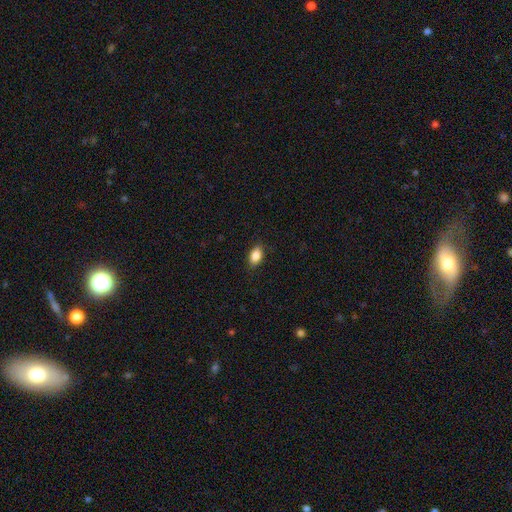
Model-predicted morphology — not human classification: Overall: smooth (87%). How rounded: in between (89%). Merging: none (87%).